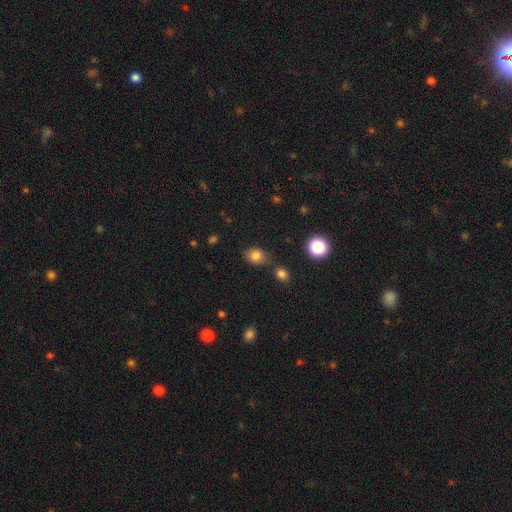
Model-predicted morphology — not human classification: This appears to be a smooth galaxy with no disk features (80%) that is round (54%). Merging: none (71%).